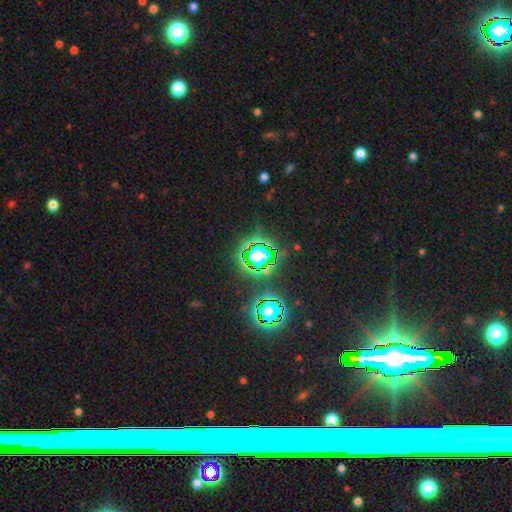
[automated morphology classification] This is likely a star or artifact rather than a galaxy (73%).